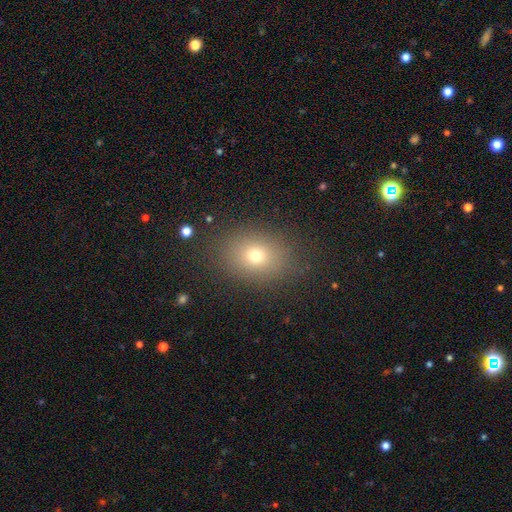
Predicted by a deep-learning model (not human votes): A smooth galaxy with no disk features (70%) that is in between round and cigar-shaped (59%). Merging: none (83%).